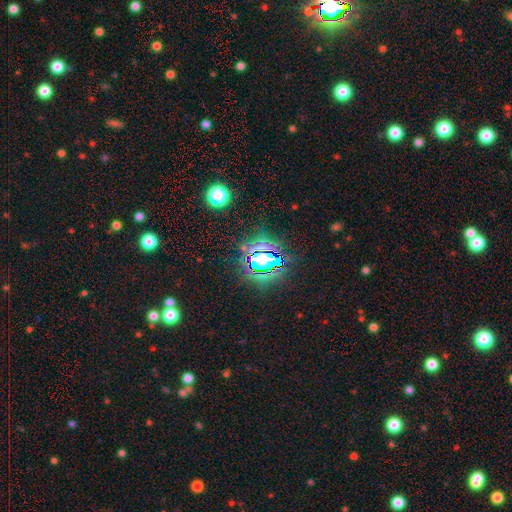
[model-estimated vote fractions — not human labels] Morphology: type=star or artifact (80%).